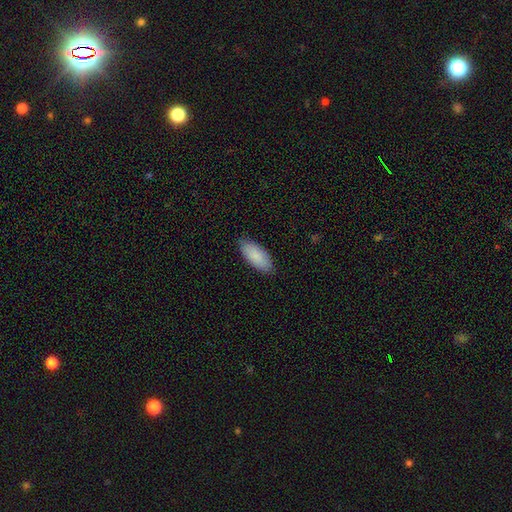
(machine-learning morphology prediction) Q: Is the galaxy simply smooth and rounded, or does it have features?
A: smooth — 87%.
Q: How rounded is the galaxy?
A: in between — 87%.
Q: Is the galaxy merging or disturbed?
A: none — 85%.